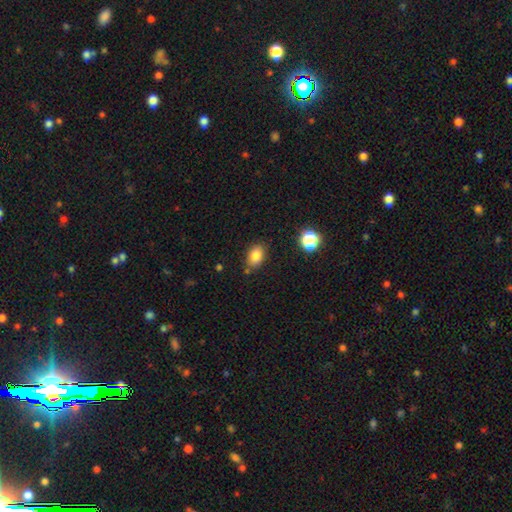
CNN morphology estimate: A smooth galaxy with no disk features (83%) that is in between round and cigar-shaped (83%). Merging: none (80%).